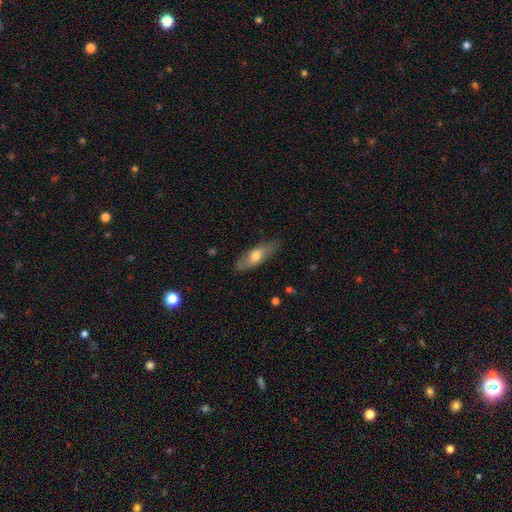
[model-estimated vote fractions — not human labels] Smooth or featured?
  - smooth: 62% *
  - featured or disk: 32%
  - star or artifact: 6%
How rounded?
  - in between: 66% *
  - cigar-shaped: 31%
  - round: 3%
Merging?
  - none: 77% *
  - minor disturbance: 18%
  - major disturbance: 4%
  - merger: 1%